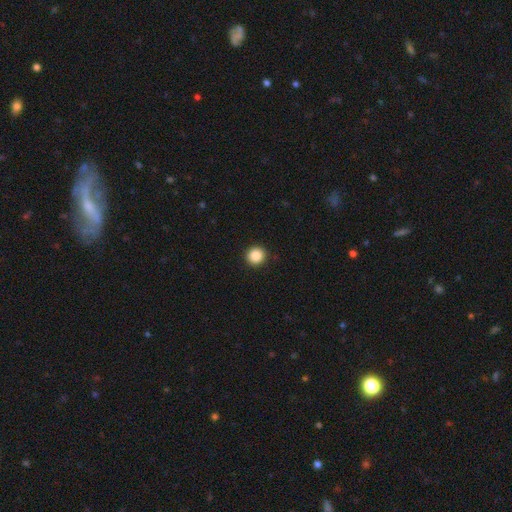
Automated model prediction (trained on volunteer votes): A smooth galaxy with no disk features (87%) that is round (94%).

Vote fractions:
- Smooth or featured? smooth: 87% / star or artifact: 10% / featured or disk: 3%
- How rounded? round: 94% / in between: 5% / cigar-shaped: 1%
- Merging? none: 93% / minor disturbance: 4% / major disturbance: 2% / merger: 1%